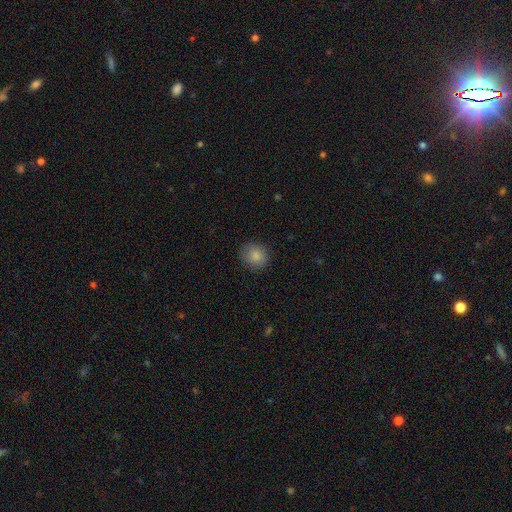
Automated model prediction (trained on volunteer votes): A smooth galaxy with no disk features (85%) that is round (84%).

Vote fractions:
- Smooth or featured? smooth: 85% / star or artifact: 10% / featured or disk: 5%
- How rounded? round: 84% / in between: 16% / cigar-shaped: 1%
- Merging? none: 87% / minor disturbance: 10% / major disturbance: 3% / merger: 1%